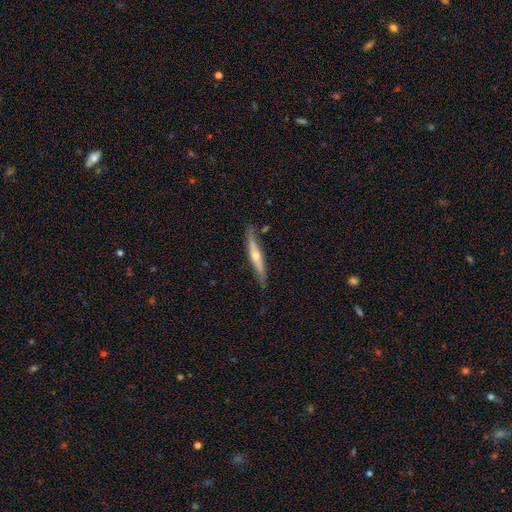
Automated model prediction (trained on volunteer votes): Smooth or featured? Predicted: featured or disk (p=0.63). Edge-on disk? Predicted: yes (p=0.92). Edge-on bulge? Predicted: rounded (p=0.85). Merging? Predicted: none (p=0.79).